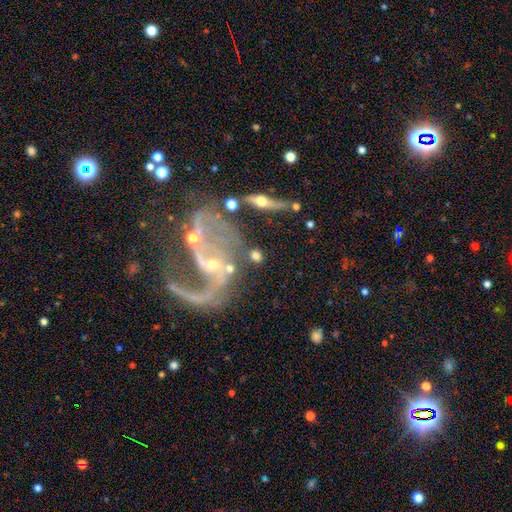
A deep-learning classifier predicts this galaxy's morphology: Smooth or featured: featured or disk — 46% (smooth — 43%)
Merging: none — 54% (merger — 21%)